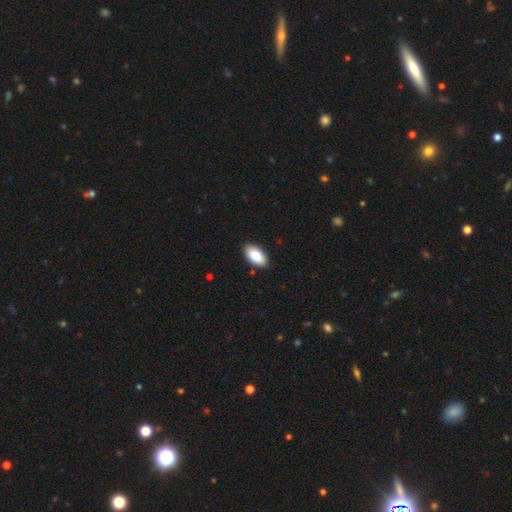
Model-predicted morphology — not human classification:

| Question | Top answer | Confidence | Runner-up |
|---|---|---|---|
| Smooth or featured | smooth | 87% | featured or disk (7%) |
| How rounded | in between | 95% | round (3%) |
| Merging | none | 89% | minor disturbance (8%) |